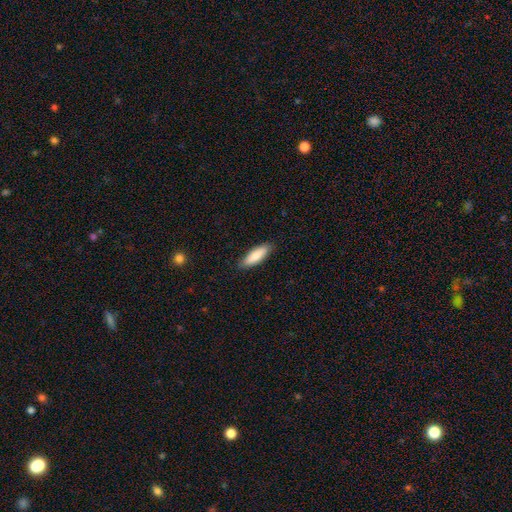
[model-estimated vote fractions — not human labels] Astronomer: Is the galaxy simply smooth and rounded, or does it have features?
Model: smooth — 85%.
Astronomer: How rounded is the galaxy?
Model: in between — 54% (runner-up: cigar-shaped, 45%).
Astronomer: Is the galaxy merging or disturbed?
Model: none — 88%.